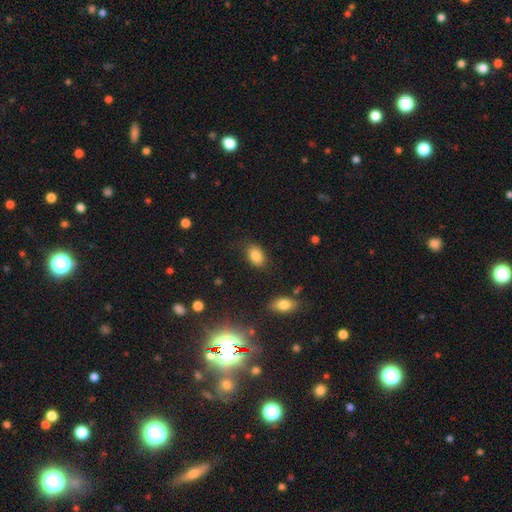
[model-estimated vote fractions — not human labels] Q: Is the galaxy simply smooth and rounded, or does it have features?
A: smooth — 84%.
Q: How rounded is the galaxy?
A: in between — 85%.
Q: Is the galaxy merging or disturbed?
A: none — 81%.